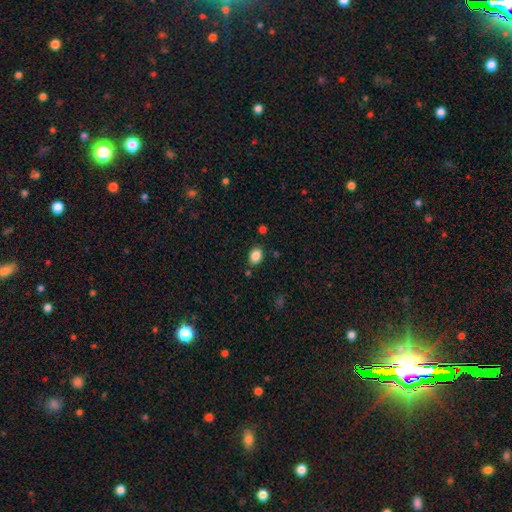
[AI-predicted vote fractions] Smooth or featured: smooth — 86% (star or artifact — 9%)
How rounded: in between — 76% (round — 23%)
Merging: none — 83% (minor disturbance — 11%)